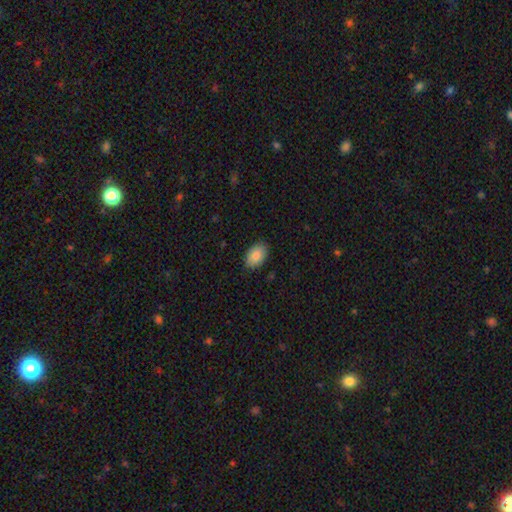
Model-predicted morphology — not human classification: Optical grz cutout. It shows a smooth galaxy with no disk features (89%) that is in between round and cigar-shaped (87%). Merging: none (86%).